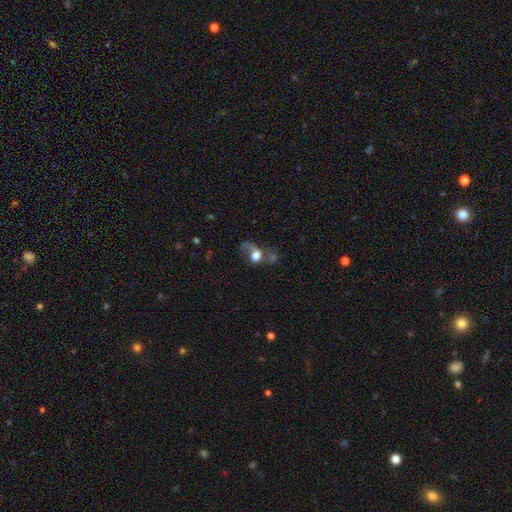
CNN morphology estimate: type=smooth (56%); roundness=in between (49%); merging=major disturbance (44%).